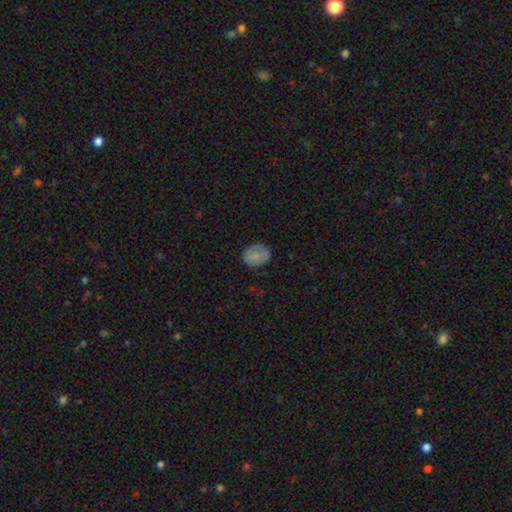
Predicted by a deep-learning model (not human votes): This appears to be a smooth galaxy with no disk features (74%) that is round (53%). Merging: none (75%).